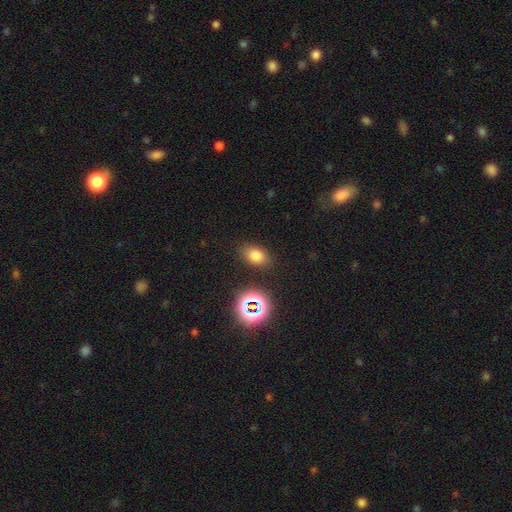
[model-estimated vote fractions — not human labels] Overall: smooth (73%). How rounded: in between (78%). Merging: none (83%).